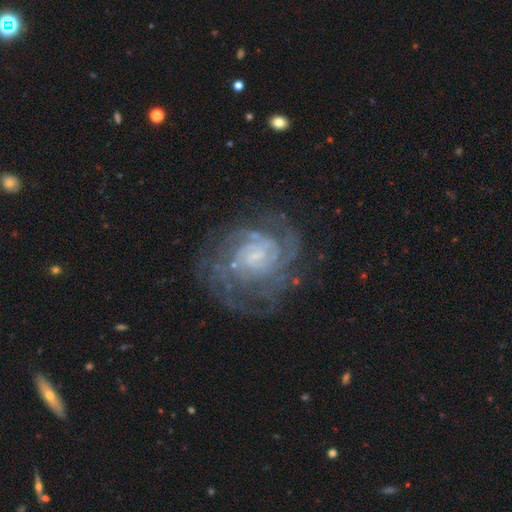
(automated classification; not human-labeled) A featured or disk galaxy (85%) with no bar (47%), tight (66%) spiral arms (95%) and a small central bulge (61%).

Vote fractions:
- Smooth or featured? featured or disk: 85% / star or artifact: 8% / smooth: 7%
- Edge-on disk? no: 98% / yes: 2%
- Bar? no: 47% / weak: 42% / strong: 10%
- Spiral arms? yes: 95% / no: 5%
- Spiral winding? tight: 66% / medium: 28% / loose: 6%
- Spiral arm count? can't tell: 36% / 2: 18% / 3: 16% / 4: 14% / more than 4: 9% / 1: 7%
- Bulge size? small: 61% / none: 20% / moderate: 15% / large: 2% / dominant: 1%
- Merging? none: 68% / minor disturbance: 17% / major disturbance: 13% / merger: 2%